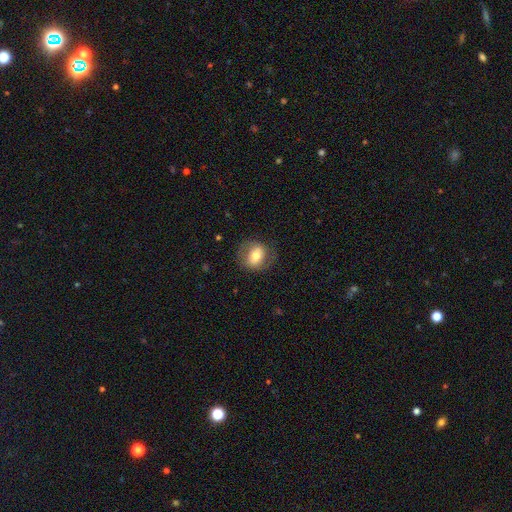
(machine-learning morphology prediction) Smooth or featured: smooth — 53% (featured or disk — 39%)
How rounded: round — 55% (in between — 44%)
Merging: none — 74% (minor disturbance — 16%)